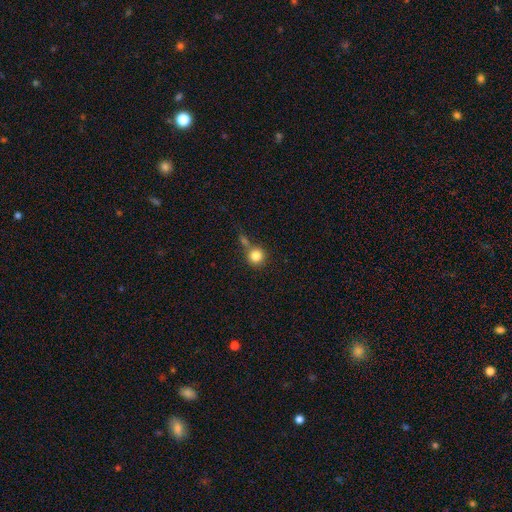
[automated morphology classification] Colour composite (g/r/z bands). It shows a smooth galaxy with no disk features (83%) that is round (92%). Merging: none (58%).